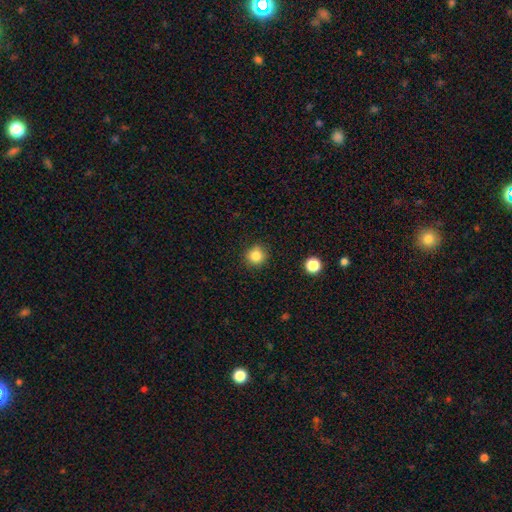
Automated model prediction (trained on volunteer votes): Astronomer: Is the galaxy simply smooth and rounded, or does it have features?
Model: smooth — 84%.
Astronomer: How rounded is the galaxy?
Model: round — 92%.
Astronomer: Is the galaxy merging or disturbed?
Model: none — 88%.